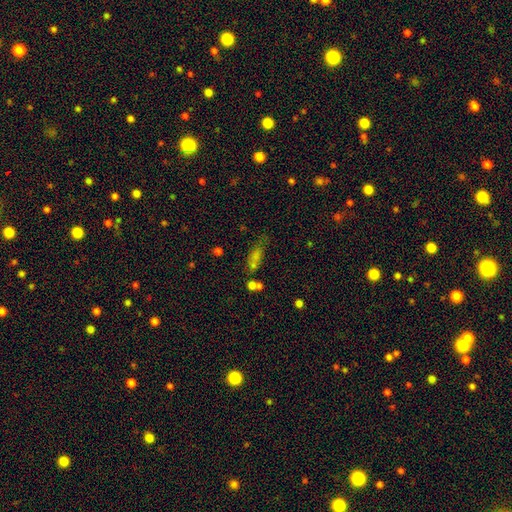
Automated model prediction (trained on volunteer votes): This is possibly a smooth galaxy (57%). How rounded: likely in between (63%). Merging: possibly none (49%).